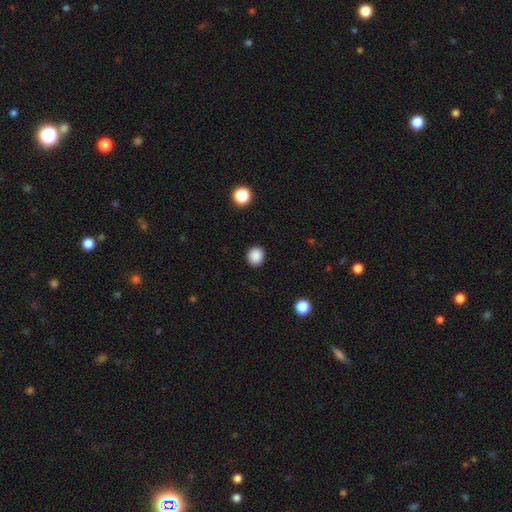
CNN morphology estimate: smooth 88%, star or artifact 9%, featured or disk 3%. Down the decision tree: how rounded — round (83%); merging — none (91%).